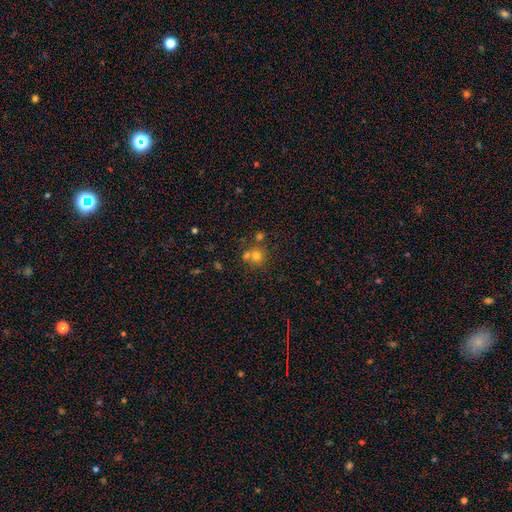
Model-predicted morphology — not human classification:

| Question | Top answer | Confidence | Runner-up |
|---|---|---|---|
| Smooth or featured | smooth | 68% | star or artifact (19%) |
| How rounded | round | 88% | in between (11%) |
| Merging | none | 56% | merger (33%) |